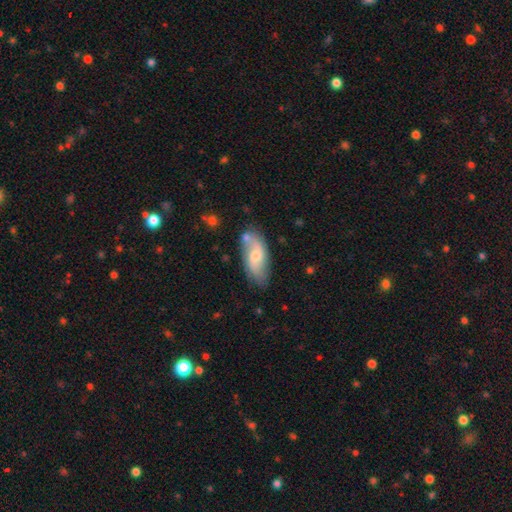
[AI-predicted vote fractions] Smooth or featured? Predicted: featured or disk (p=0.52). Edge-on disk? Predicted: no (p=0.90). Merging? Predicted: none (p=0.68).